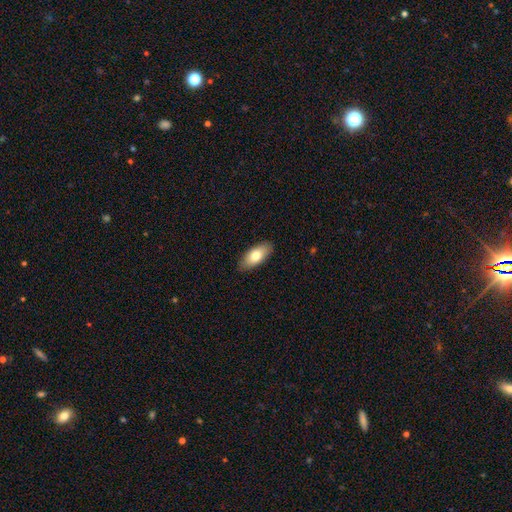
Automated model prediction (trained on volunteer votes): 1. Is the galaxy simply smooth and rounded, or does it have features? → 77% smooth, 17% featured or disk, 6% star or artifact.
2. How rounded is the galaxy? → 89% in between, 9% cigar-shaped, 3% round.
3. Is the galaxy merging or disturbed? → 88% none, 9% minor disturbance, 2% major disturbance, 1% merger.